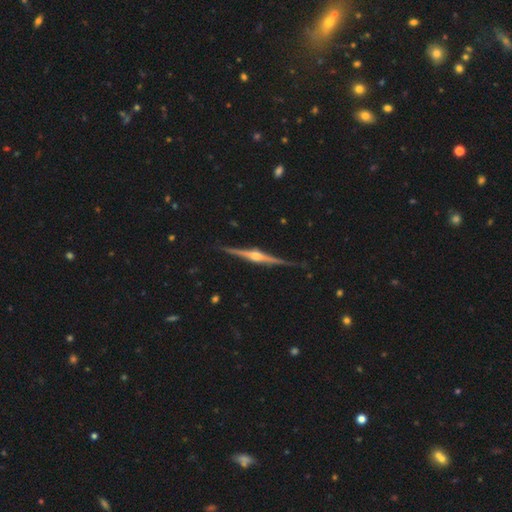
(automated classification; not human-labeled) Overall: featured or disk (88%). Edge-on disk: yes (99%). Edge-on bulge: rounded (91%). Merging: none (87%).